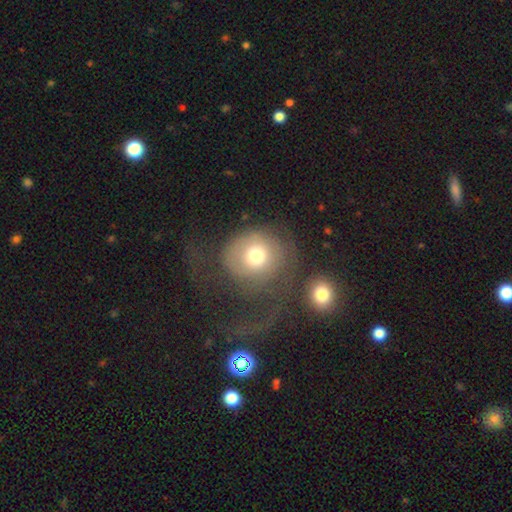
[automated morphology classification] Q: Smooth or featured?
A: smooth (60%); runner-up: featured or disk (29%)
Q: How rounded?
A: round (86%); runner-up: in between (13%)
Q: Merging?
A: none (42%); runner-up: major disturbance (31%)